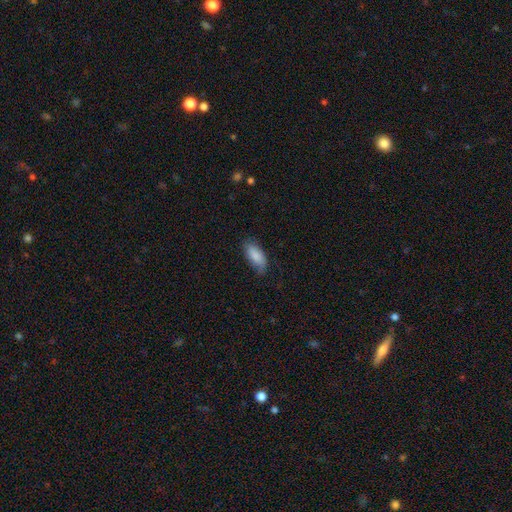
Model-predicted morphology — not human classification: Overall: smooth (85%). How rounded: in between (87%). Merging: none (68%).